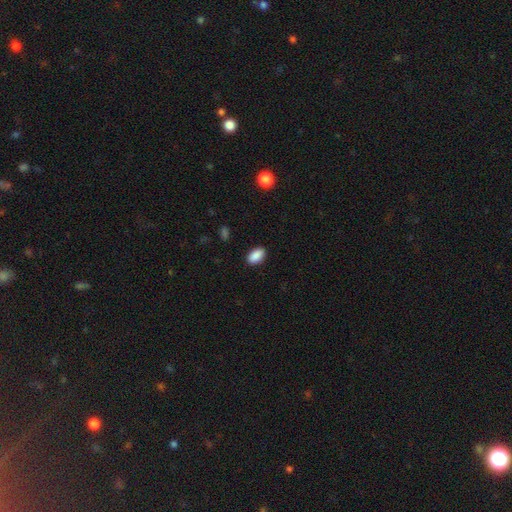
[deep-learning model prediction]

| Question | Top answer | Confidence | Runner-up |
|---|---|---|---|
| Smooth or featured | smooth | 90% | star or artifact (7%) |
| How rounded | in between | 92% | round (6%) |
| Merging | none | 88% | minor disturbance (9%) |